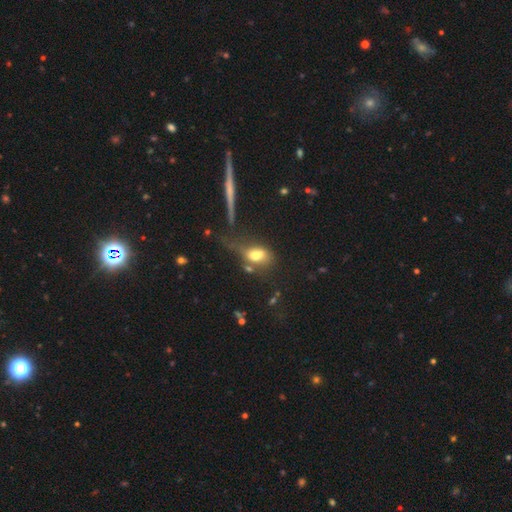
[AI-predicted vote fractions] Q: Smooth or featured?
A: smooth (69%); runner-up: featured or disk (20%)
Q: How rounded?
A: in between (78%); runner-up: round (17%)
Q: Merging?
A: none (31%); runner-up: major disturbance (29%)